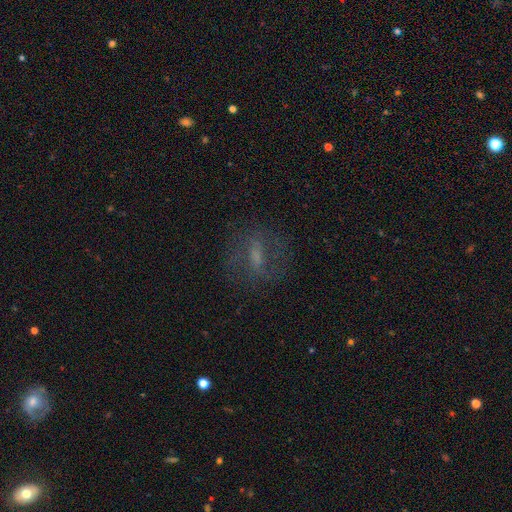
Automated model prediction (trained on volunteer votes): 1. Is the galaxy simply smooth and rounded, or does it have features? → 51% featured or disk, 32% smooth, 18% star or artifact.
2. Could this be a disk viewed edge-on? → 86% no, 14% yes.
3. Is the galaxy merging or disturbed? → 73% none, 14% minor disturbance, 12% major disturbance, 1% merger.